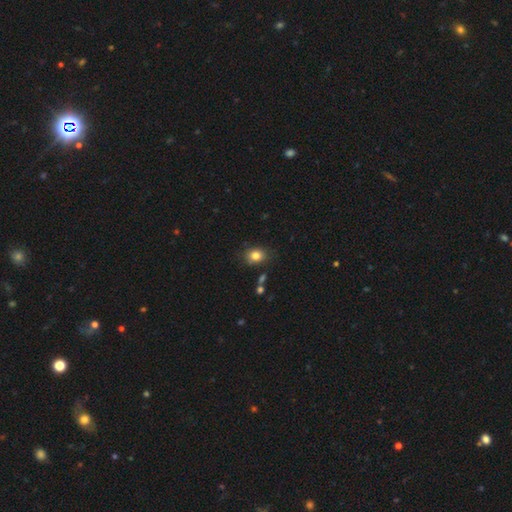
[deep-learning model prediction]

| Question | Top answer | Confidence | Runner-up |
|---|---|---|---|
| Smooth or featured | smooth | 83% | star or artifact (11%) |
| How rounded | in between | 51% | round (48%) |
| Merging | none | 82% | minor disturbance (12%) |